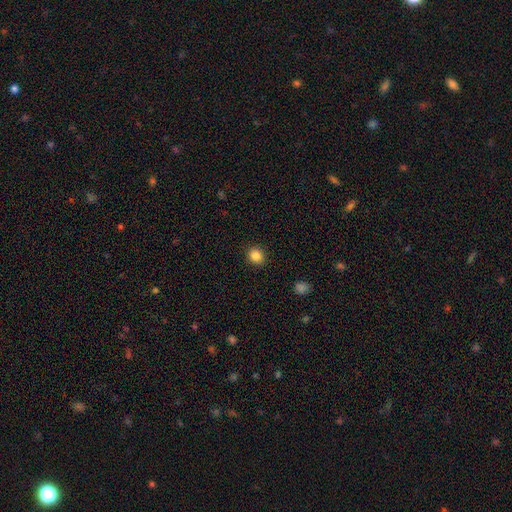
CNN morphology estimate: smooth 86%, star or artifact 11%, featured or disk 4%. Down the decision tree: how rounded — round (79%); merging — none (91%).